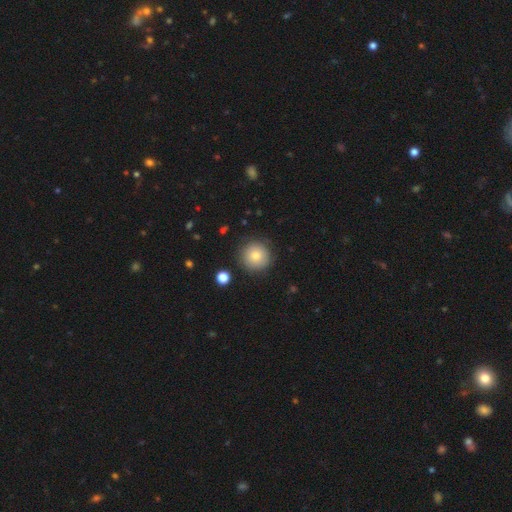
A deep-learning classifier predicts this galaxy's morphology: type=smooth (79%); roundness=round (95%); merging=none (86%).